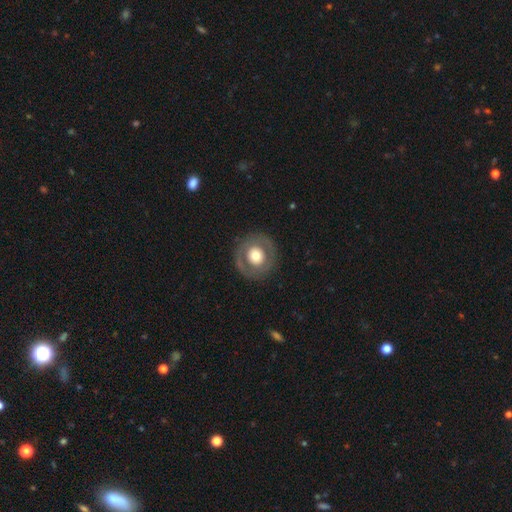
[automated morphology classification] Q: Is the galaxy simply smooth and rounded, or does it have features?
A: smooth — 51%.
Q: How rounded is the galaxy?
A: round — 91%.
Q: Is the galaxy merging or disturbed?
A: none — 85%.